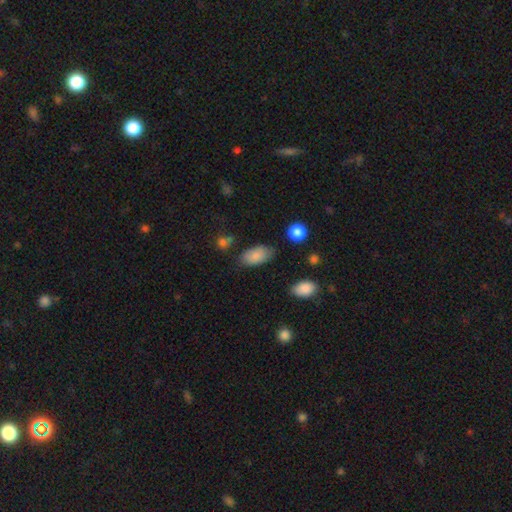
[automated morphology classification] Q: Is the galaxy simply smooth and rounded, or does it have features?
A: smooth — 84%.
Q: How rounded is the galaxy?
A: in between — 93%.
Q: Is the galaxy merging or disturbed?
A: none — 70%.